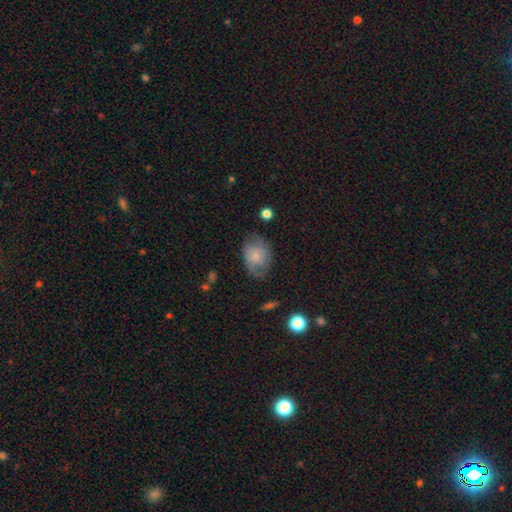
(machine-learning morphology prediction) The model was most divided on "smooth or featured": smooth: 53%, featured or disk: 40%, star or artifact: 7%. More confident: how rounded — in between (71%); merging — none (62%).